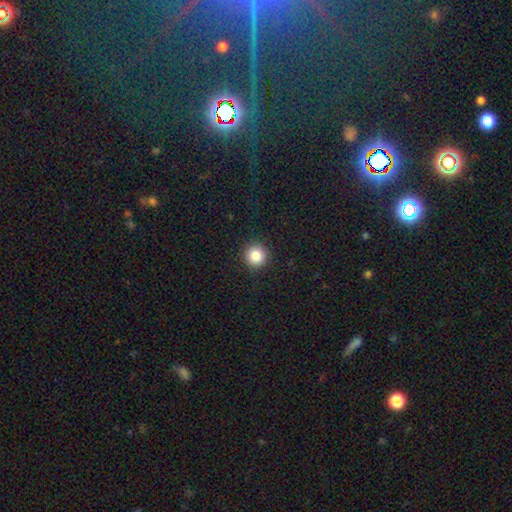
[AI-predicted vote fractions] Q: Smooth or featured?
A: smooth (85%); runner-up: star or artifact (10%)
Q: How rounded?
A: round (95%); runner-up: in between (4%)
Q: Merging?
A: none (92%); runner-up: minor disturbance (5%)